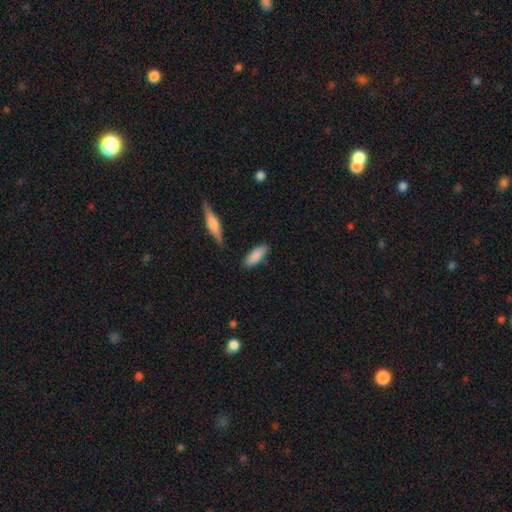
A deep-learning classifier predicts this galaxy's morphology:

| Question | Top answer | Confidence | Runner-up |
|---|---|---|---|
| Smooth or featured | smooth | 86% | featured or disk (8%) |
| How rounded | in between | 73% | cigar-shaped (25%) |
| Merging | none | 80% | minor disturbance (14%) |